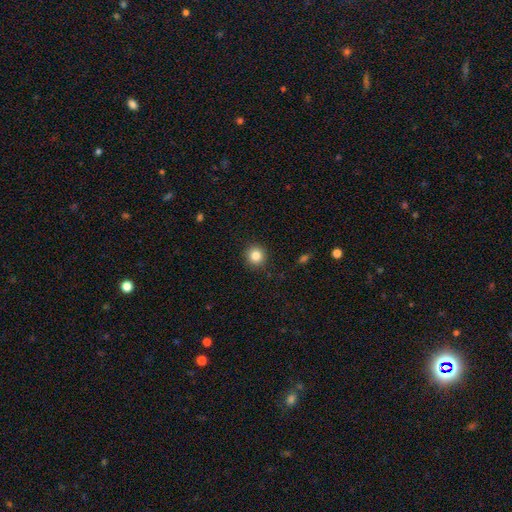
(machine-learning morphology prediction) smooth 85%, star or artifact 10%, featured or disk 5%. Down the decision tree: how rounded — round (92%); merging — none (91%).